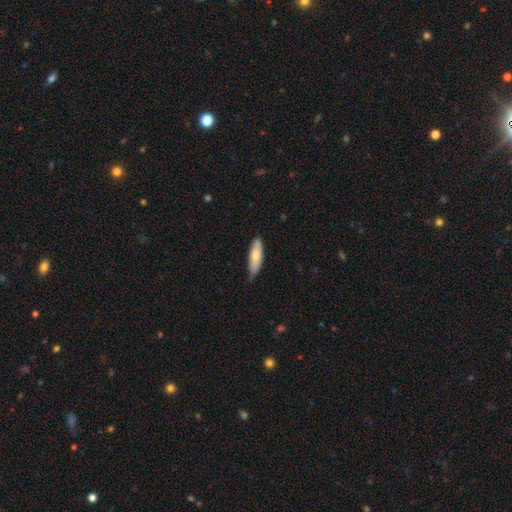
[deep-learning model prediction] smooth 74%, featured or disk 20%, star or artifact 6%. Down the decision tree: how rounded — in between (52%); merging — none (69%).